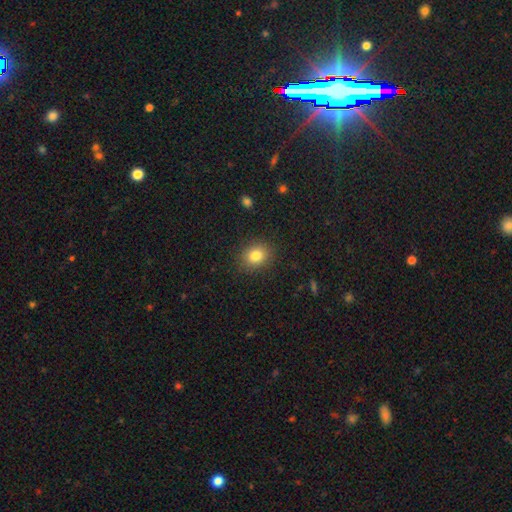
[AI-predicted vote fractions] This appears to be a smooth galaxy with no disk features (82%) that is round (58%). Merging: none (88%).